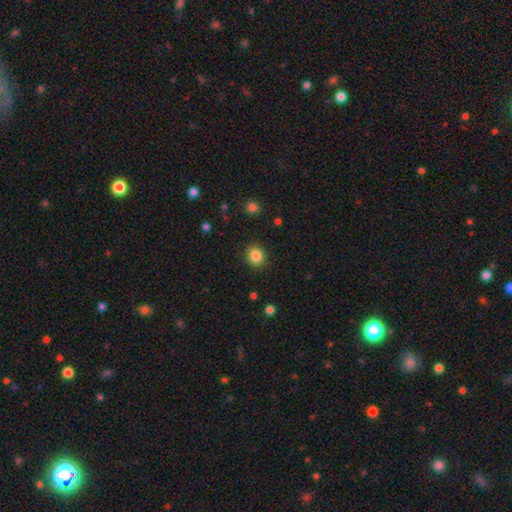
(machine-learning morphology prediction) type=smooth (85%); roundness=round (84%); merging=none (89%).